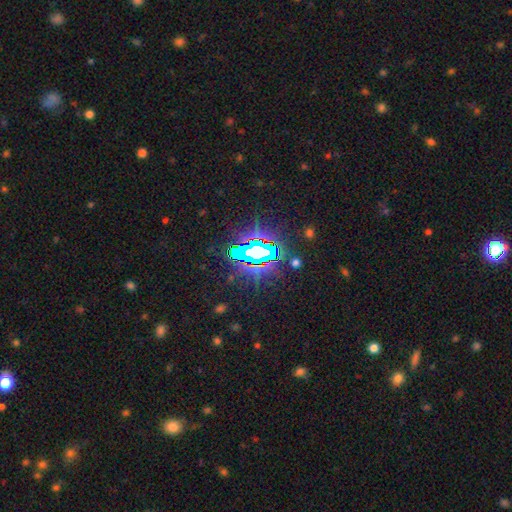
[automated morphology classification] Smooth or featured? Predicted: star or artifact (p=0.79).